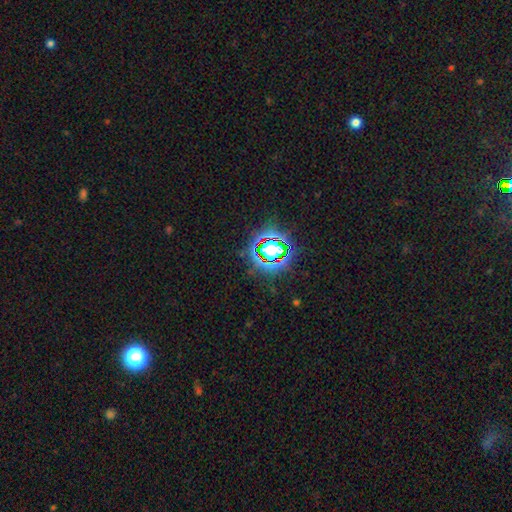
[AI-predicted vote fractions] Smooth or featured: star or artifact — 82% (smooth — 11%)